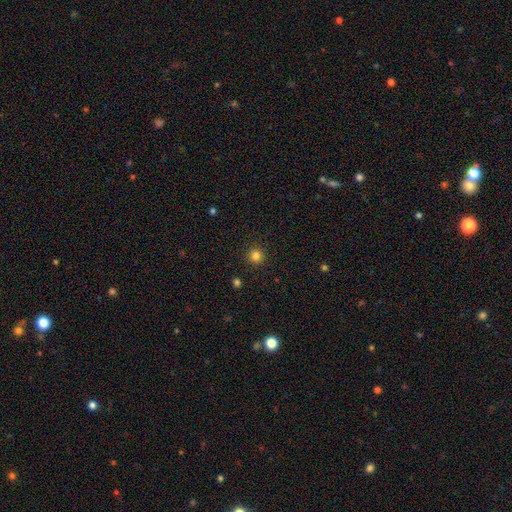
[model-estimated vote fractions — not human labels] Smooth or featured: smooth — 83% (star or artifact — 13%)
How rounded: round — 96% (in between — 4%)
Merging: none — 93% (minor disturbance — 5%)